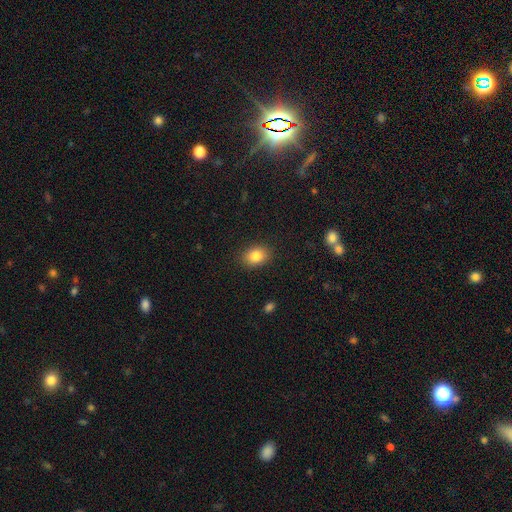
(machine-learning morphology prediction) Q: Smooth or featured?
A: smooth (83%); runner-up: star or artifact (9%)
Q: How rounded?
A: in between (65%); runner-up: round (34%)
Q: Merging?
A: none (88%); runner-up: minor disturbance (8%)